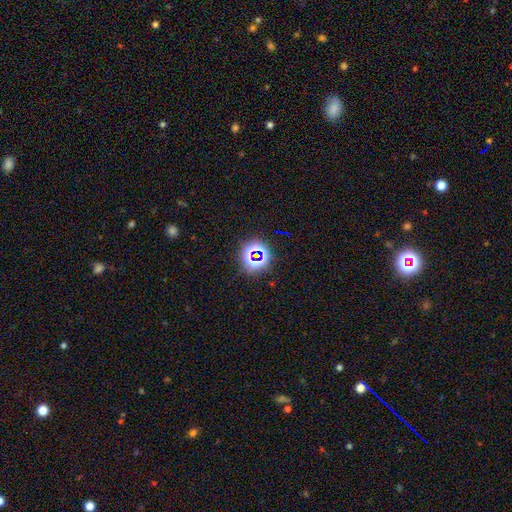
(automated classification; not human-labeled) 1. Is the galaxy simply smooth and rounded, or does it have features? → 70% star or artifact, 20% smooth, 10% featured or disk.